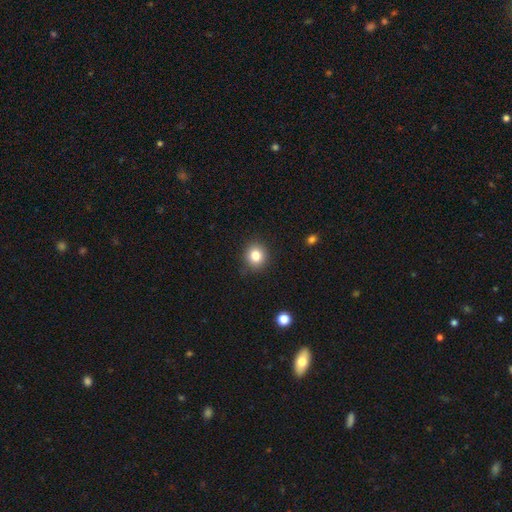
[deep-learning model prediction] Smooth or featured: smooth — 81% (star or artifact — 12%)
How rounded: round — 86% (in between — 13%)
Merging: none — 89% (minor disturbance — 8%)